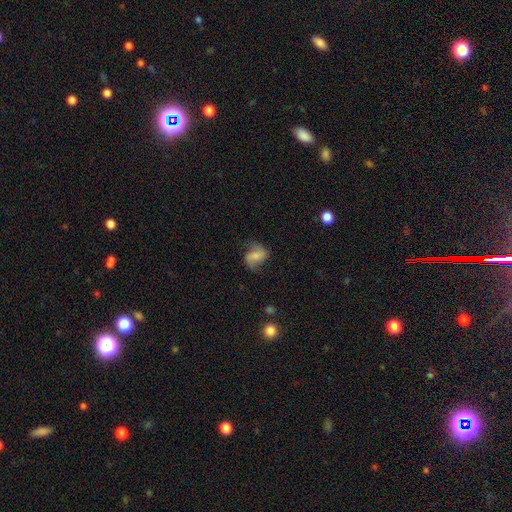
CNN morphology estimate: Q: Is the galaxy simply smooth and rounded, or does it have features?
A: featured or disk — 58%.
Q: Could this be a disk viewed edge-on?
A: no — 97%.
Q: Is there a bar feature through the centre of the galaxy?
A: no — 44%.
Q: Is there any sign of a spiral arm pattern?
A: yes — 90%.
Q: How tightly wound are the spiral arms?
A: loose — 51%.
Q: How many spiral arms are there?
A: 2 — 87%.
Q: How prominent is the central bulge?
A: small — 42%.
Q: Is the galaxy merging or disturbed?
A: none — 65%.